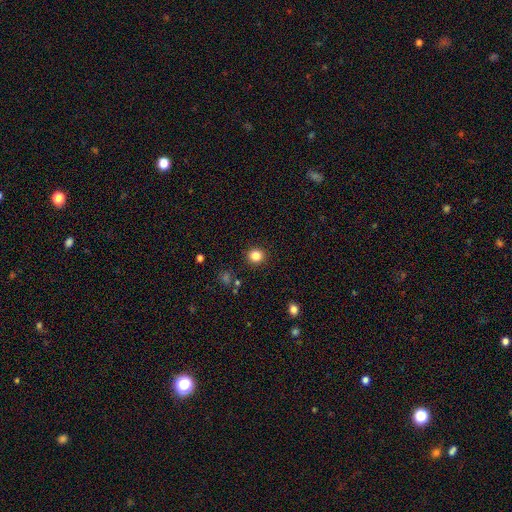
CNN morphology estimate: A smooth galaxy with no disk features (84%) that is round (89%).

Vote fractions:
- Smooth or featured? smooth: 84% / star or artifact: 12% / featured or disk: 5%
- How rounded? round: 89% / in between: 10% / cigar-shaped: 1%
- Merging? none: 91% / minor disturbance: 5% / major disturbance: 2% / merger: 1%